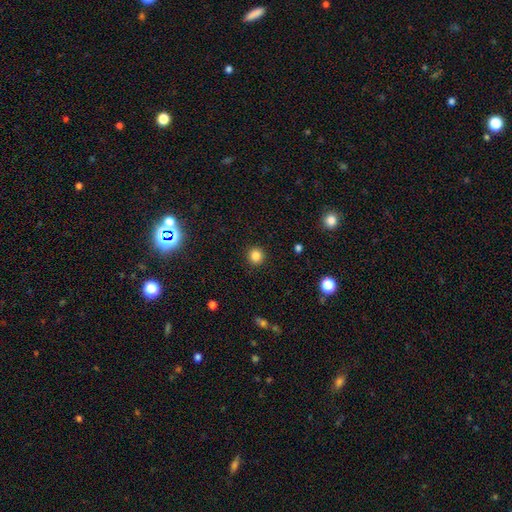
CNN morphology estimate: Overall: smooth (84%). How rounded: round (93%). Merging: none (92%).